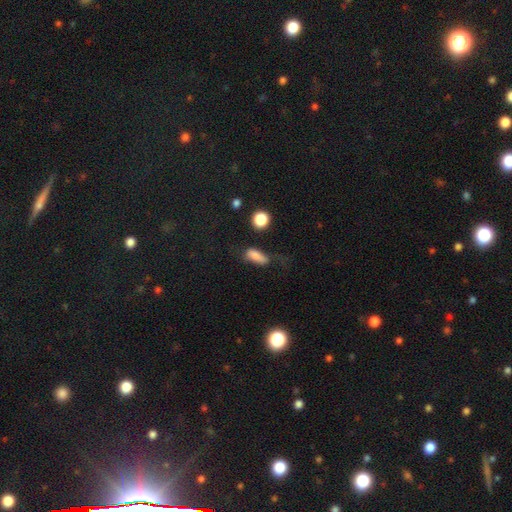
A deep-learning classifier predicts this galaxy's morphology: smooth-or-featured: smooth: 80% | star or artifact: 11% | featured or disk: 9%
  how-rounded: in between: 73% | cigar-shaped: 19% | round: 7%
  merging: none: 44% | minor disturbance: 29% | major disturbance: 21% | merger: 5%